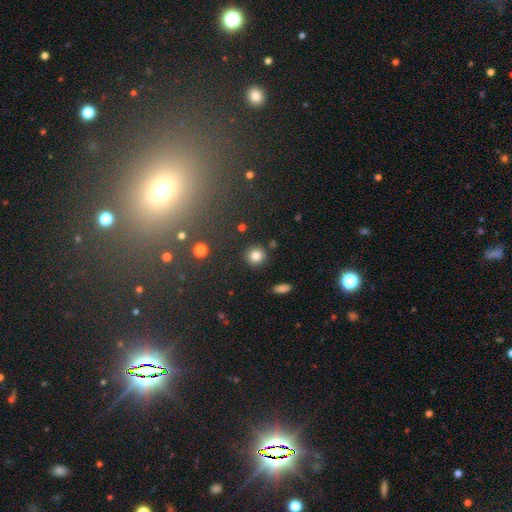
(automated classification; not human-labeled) This appears to be a smooth galaxy with no disk features (83%) that is round (92%). Merging: none (89%).